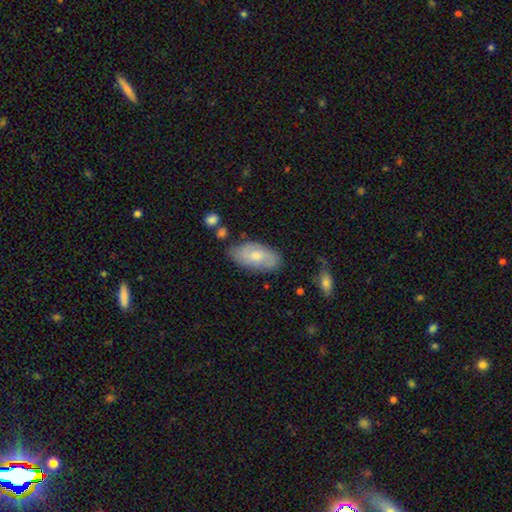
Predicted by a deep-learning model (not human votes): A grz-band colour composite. It shows a smooth galaxy with no disk features (58%) that is in between round and cigar-shaped (93%). Merging: none (72%).